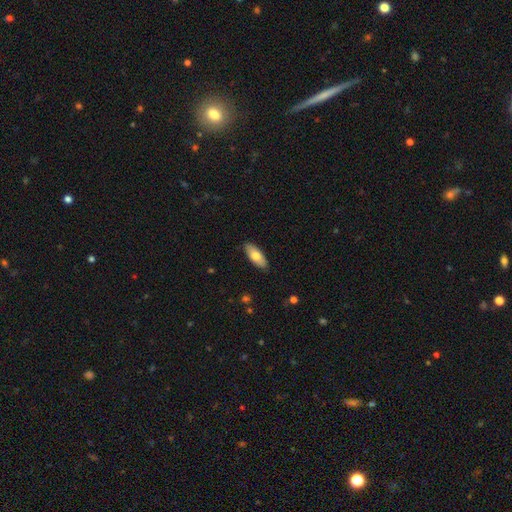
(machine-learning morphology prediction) Smooth or featured? Predicted: smooth (p=0.73). How rounded? Predicted: in between (p=0.79). Merging? Predicted: none (p=0.87).